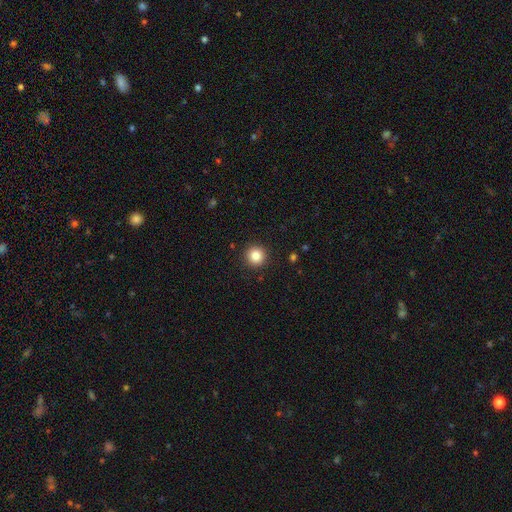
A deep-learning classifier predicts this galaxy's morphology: smooth_or_featured: smooth (p=0.85) [alt: star or artifact p=0.11]
how_rounded: round (p=0.95) [alt: in between p=0.04]
merging: none (p=0.92) [alt: minor disturbance p=0.05]